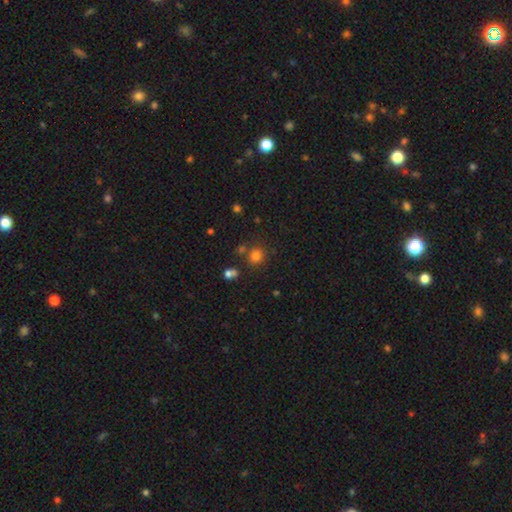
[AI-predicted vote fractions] Q: Smooth or featured?
A: smooth (77%); runner-up: star or artifact (17%)
Q: How rounded?
A: round (77%); runner-up: in between (22%)
Q: Merging?
A: none (73%); runner-up: merger (12%)